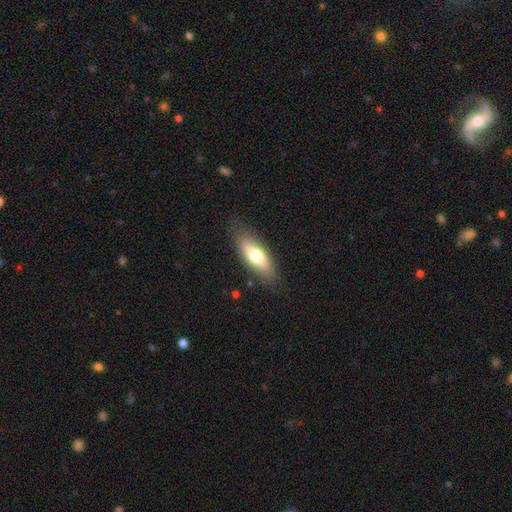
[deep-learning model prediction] smooth 69%, featured or disk 24%, star or artifact 6%. Down the decision tree: how rounded — in between (70%); merging — none (79%).